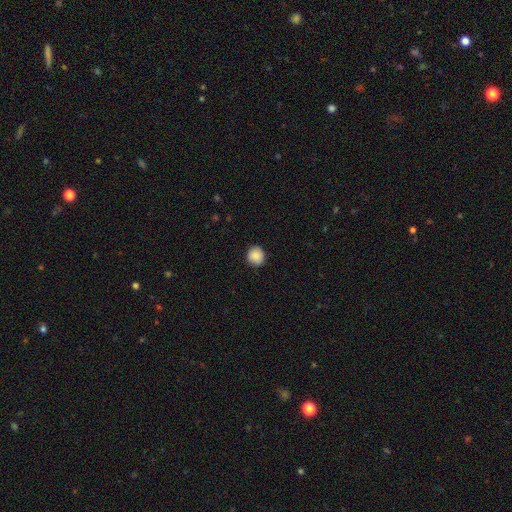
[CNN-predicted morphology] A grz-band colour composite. It shows a smooth galaxy with no disk features (86%) that is round (88%). Merging: none (86%).